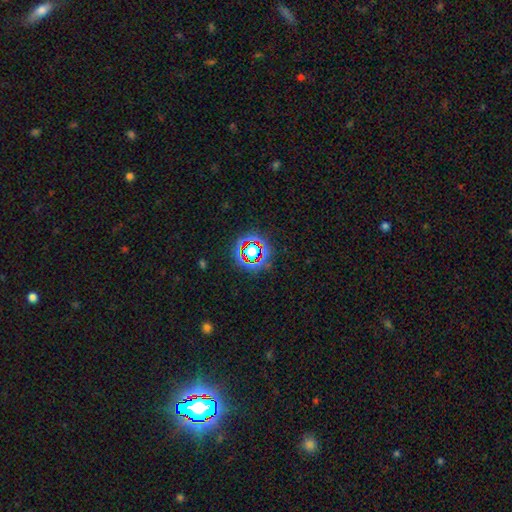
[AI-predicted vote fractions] Smooth or featured? Predicted: star or artifact (p=0.68).